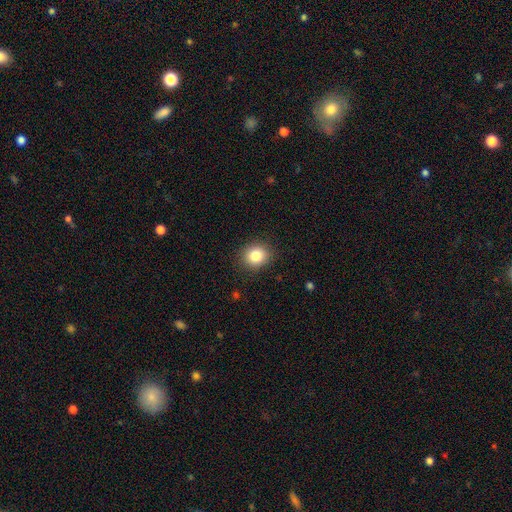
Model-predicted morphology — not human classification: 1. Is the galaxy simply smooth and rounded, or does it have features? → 83% smooth, 10% star or artifact, 7% featured or disk.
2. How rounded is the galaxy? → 75% round, 24% in between, 1% cigar-shaped.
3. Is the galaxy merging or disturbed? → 89% none, 8% minor disturbance, 2% major disturbance, 1% merger.